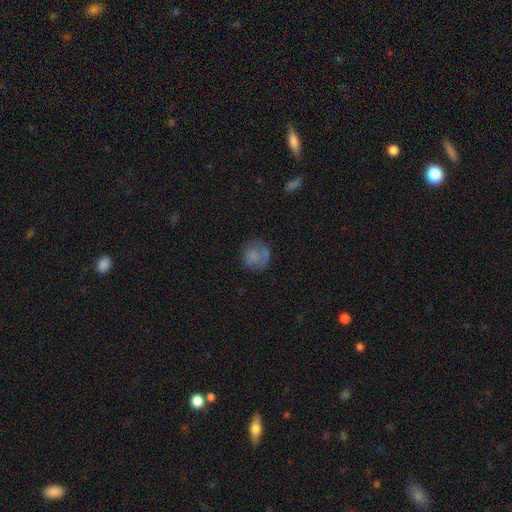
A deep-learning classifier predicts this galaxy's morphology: smooth_or_featured: smooth (p=0.66) [alt: featured or disk p=0.22]
how_rounded: round (p=0.85) [alt: in between p=0.14]
merging: none (p=0.61) [alt: minor disturbance p=0.22]